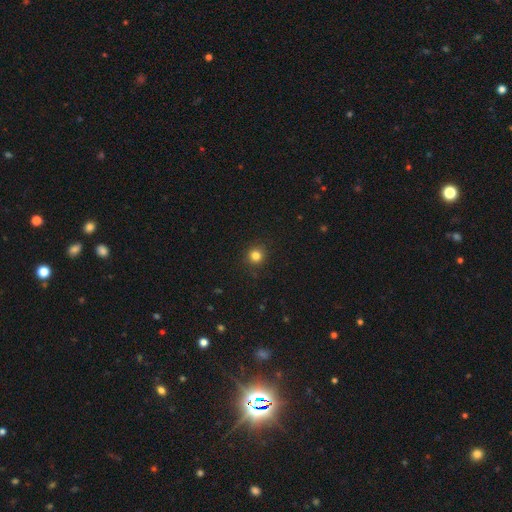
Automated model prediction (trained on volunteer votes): Q: Smooth or featured?
A: smooth (82%); runner-up: star or artifact (13%)
Q: How rounded?
A: round (93%); runner-up: in between (6%)
Q: Merging?
A: none (90%); runner-up: minor disturbance (6%)